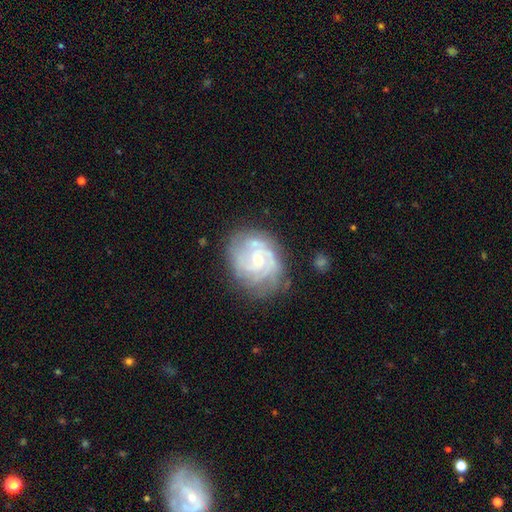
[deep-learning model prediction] This is likely a featured or disk galaxy (79%). It is clearly not viewed edge-on (97%). Bar: likely no (65%). Spiral arm pattern: clearly yes (87%). Spiral arm count: marginally can't tell (38%). Spiral winding: likely tight (61%). Central bulge: possibly small (56%). Merging: likely none (68%).